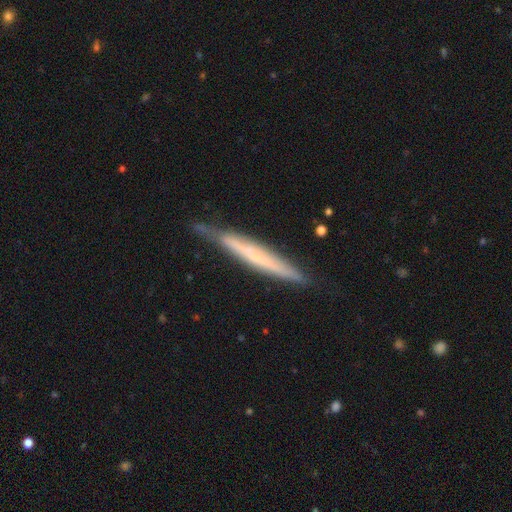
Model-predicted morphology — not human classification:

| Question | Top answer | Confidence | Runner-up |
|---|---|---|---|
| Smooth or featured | featured or disk | 53% | smooth (41%) |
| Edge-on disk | yes | 93% | no (7%) |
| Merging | none | 76% | minor disturbance (19%) |